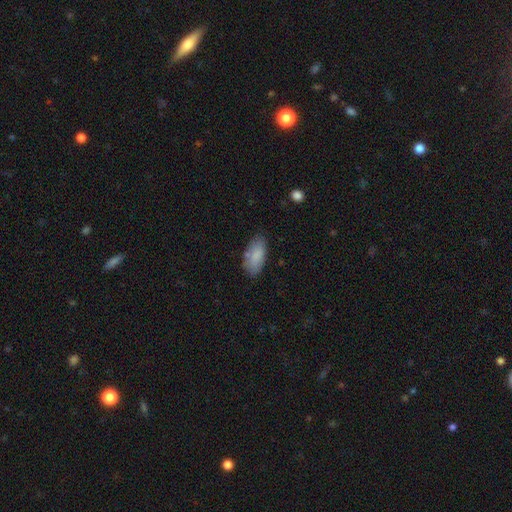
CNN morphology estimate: Smooth or featured: smooth — 84% (featured or disk — 9%)
How rounded: in between — 89% (cigar-shaped — 9%)
Merging: none — 75% (minor disturbance — 18%)